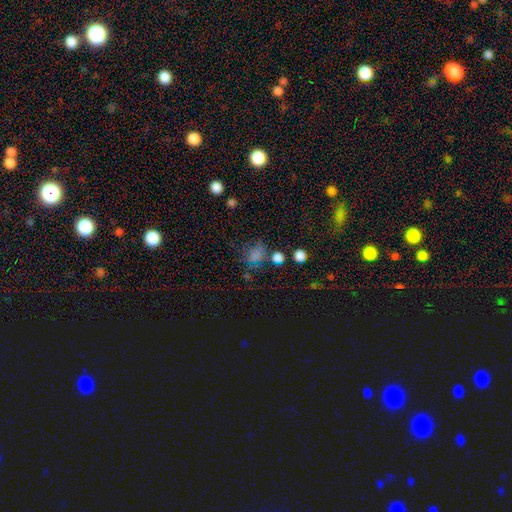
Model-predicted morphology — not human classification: Overall: smooth (69%). How rounded: round (66%; in between 33%). Merging: none (59%).